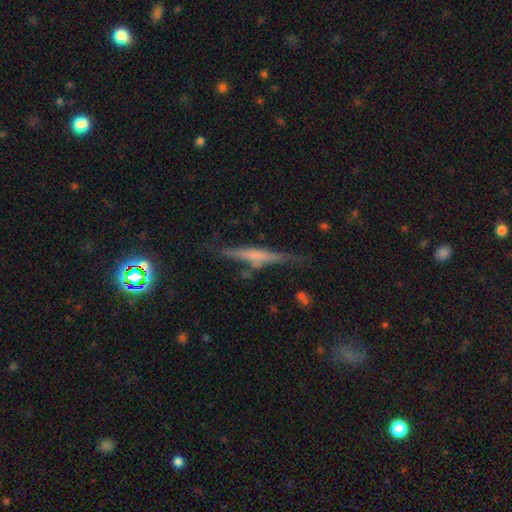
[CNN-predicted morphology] Overall: featured or disk (57%; smooth 36%). Edge-on disk: yes (95%). Edge-on bulge: none (41%; rounded 35%). Merging: none (73%).